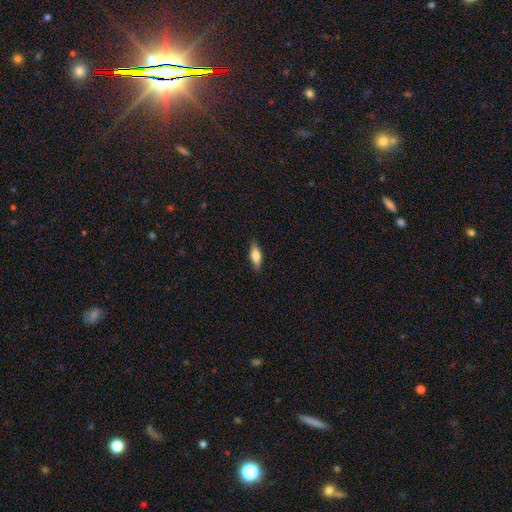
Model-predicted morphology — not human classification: The model was most divided on "how rounded": in between: 65%, cigar-shaped: 32%, round: 3%. More confident: merging — none (87%); smooth or featured — smooth (68%).